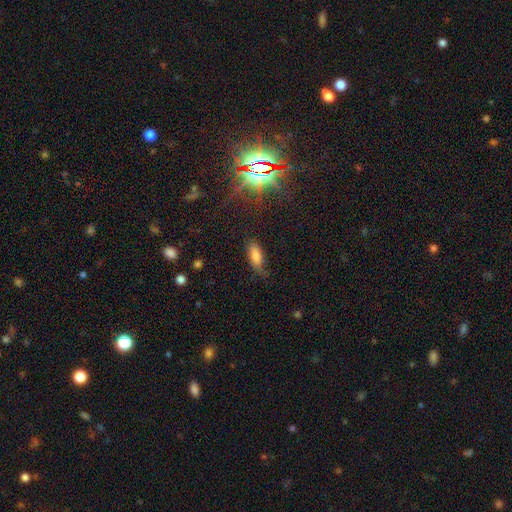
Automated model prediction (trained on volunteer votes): The model was most divided on "merging": none: 57%, minor disturbance: 30%, major disturbance: 11%, merger: 2%. More confident: smooth or featured — smooth (76%); how rounded — in between (75%).